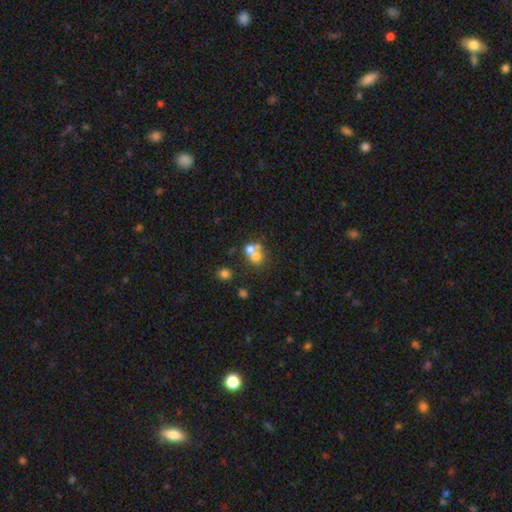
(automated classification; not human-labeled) Smooth or featured? Predicted: smooth (p=0.63). How rounded? Predicted: round (p=0.76). Merging? Predicted: merger (p=0.56).